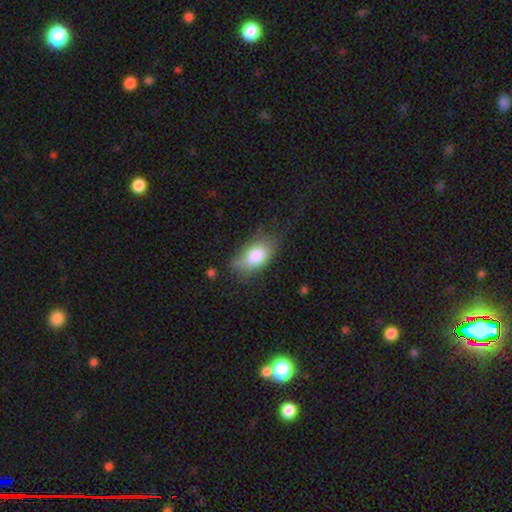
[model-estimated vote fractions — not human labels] This appears to be a smooth galaxy with no disk features (80%) that is in between round and cigar-shaped (89%). Merging: none (54%).